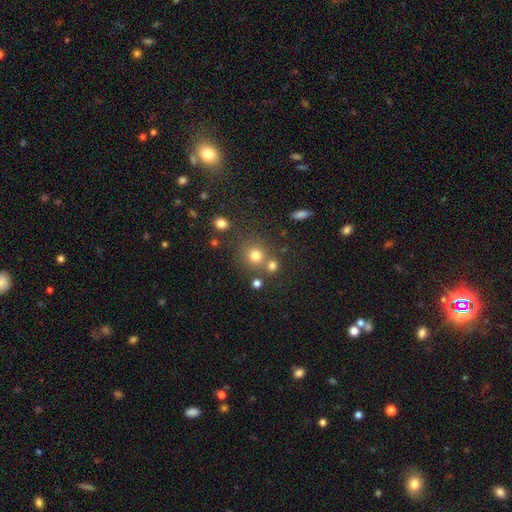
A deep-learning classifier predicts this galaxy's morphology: smooth_or_featured: smooth (p=0.76) [alt: star or artifact p=0.16]
how_rounded: round (p=0.89) [alt: in between p=0.10]
merging: none (p=0.67) [alt: merger p=0.20]